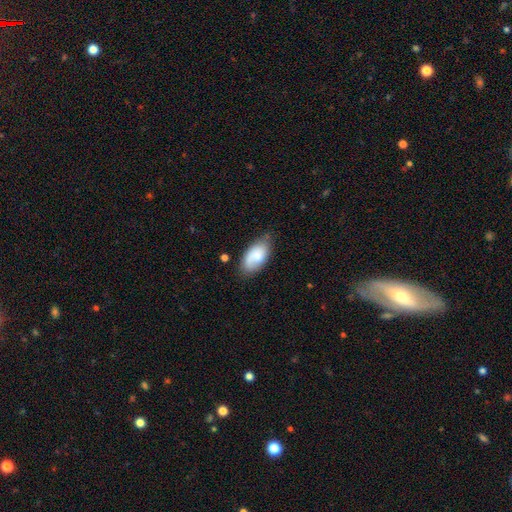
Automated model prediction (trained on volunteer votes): smooth_or_featured: smooth (p=0.73) [alt: featured or disk p=0.20]
how_rounded: in between (p=0.94) [alt: round p=0.03]
merging: none (p=0.65) [alt: minor disturbance p=0.26]